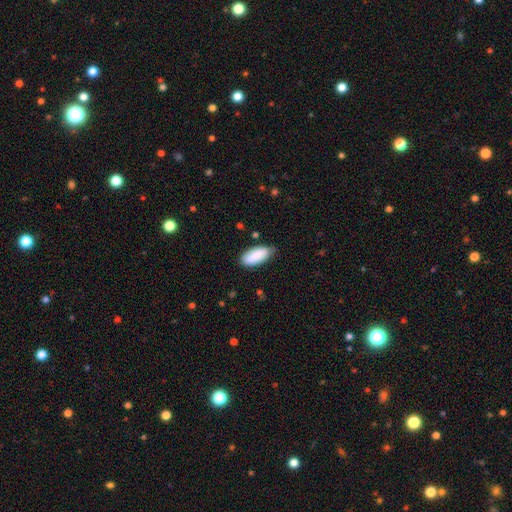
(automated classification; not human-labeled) A smooth galaxy with no disk features (88%) that is in between round and cigar-shaped (87%).

Vote fractions:
- Smooth or featured? smooth: 88% / star or artifact: 6% / featured or disk: 6%
- How rounded? in between: 87% / cigar-shaped: 12% / round: 2%
- Merging? none: 71% / minor disturbance: 24% / major disturbance: 3% / merger: 2%